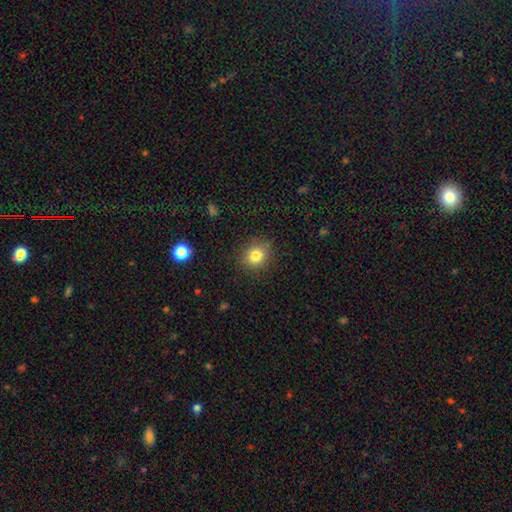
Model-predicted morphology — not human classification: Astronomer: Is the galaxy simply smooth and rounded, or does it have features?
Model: smooth — 81%.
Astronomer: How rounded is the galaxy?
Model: round — 77%.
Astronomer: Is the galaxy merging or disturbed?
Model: none — 87%.